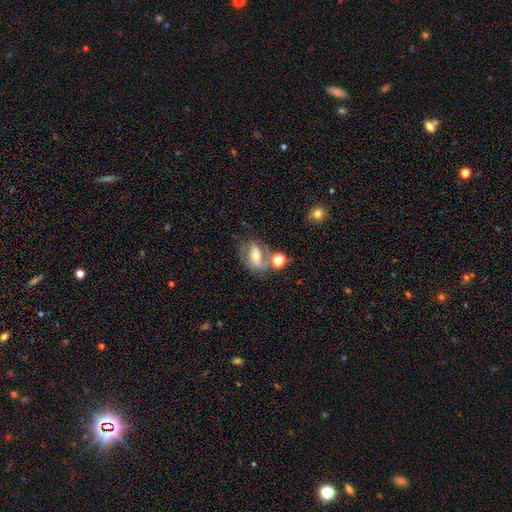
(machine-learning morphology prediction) Smooth or featured: featured or disk — 54% (smooth — 34%)
Edge-on disk: no — 93% (yes — 7%)
Bar: strong — 35% (no — 33%)
Spiral arms: yes — 68% (no — 32%)
Bulge size: moderate — 55% (small — 33%)
Merging: none — 44% (merger — 24%)